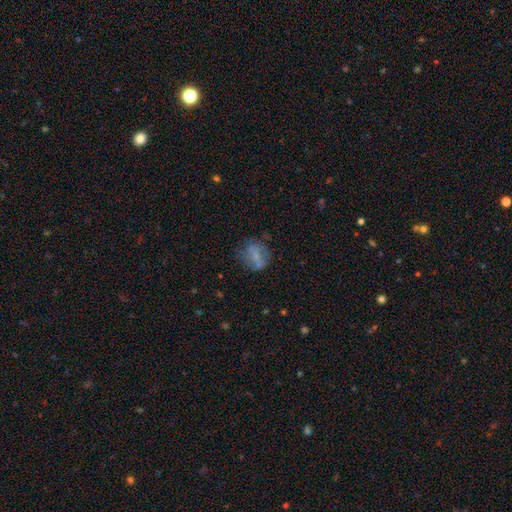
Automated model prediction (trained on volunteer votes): This is possibly a smooth galaxy (59%). How rounded: possibly round (56%). Merging: possibly none (59%).